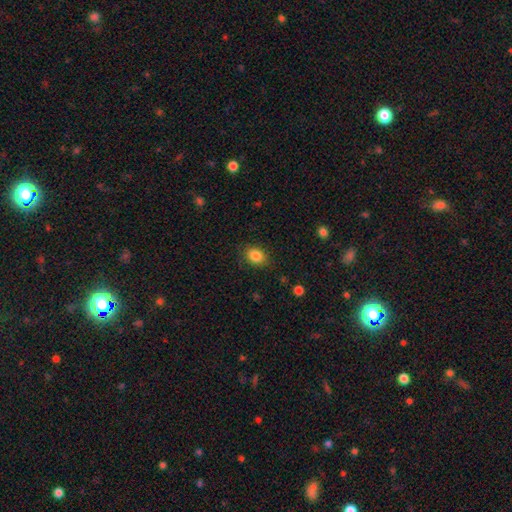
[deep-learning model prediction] The model was most divided on "how rounded": in between: 55%, round: 44%, cigar-shaped: 1%. More confident: smooth or featured — smooth (85%); merging — none (85%).